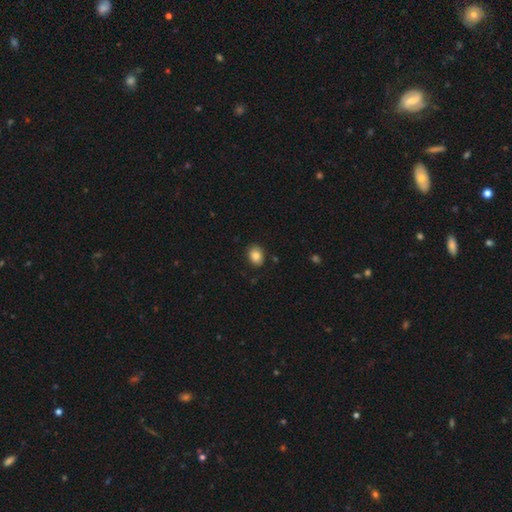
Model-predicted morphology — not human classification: Smooth or featured? Predicted: smooth (p=0.85). How rounded? Predicted: in between (p=0.63). Merging? Predicted: none (p=0.85).